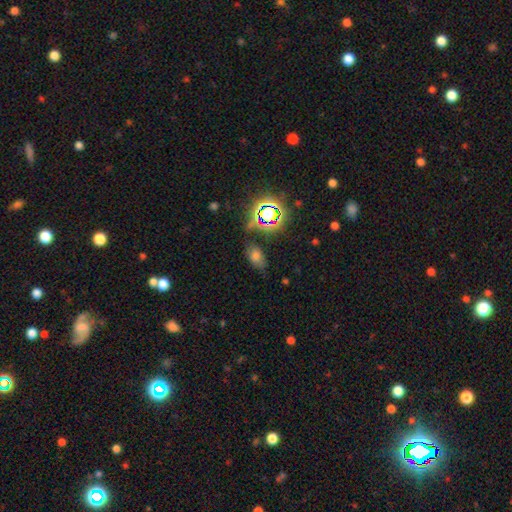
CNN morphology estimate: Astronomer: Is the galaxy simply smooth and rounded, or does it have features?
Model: smooth — 60%.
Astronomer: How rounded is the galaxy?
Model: in between — 85%.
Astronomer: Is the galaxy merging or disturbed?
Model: none — 70%.